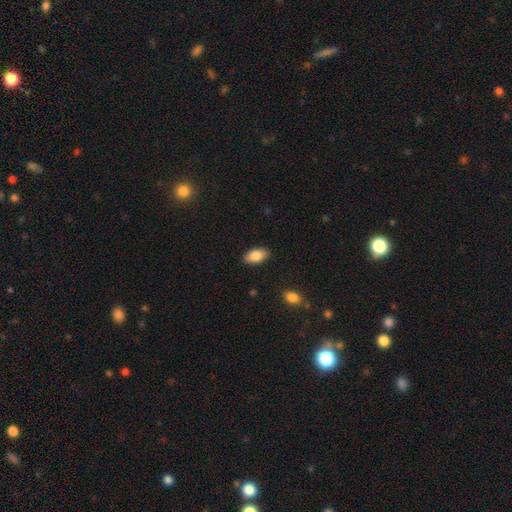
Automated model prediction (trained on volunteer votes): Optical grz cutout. It shows a smooth galaxy with no disk features (86%) that is in between round and cigar-shaped (94%). Merging: none (88%).